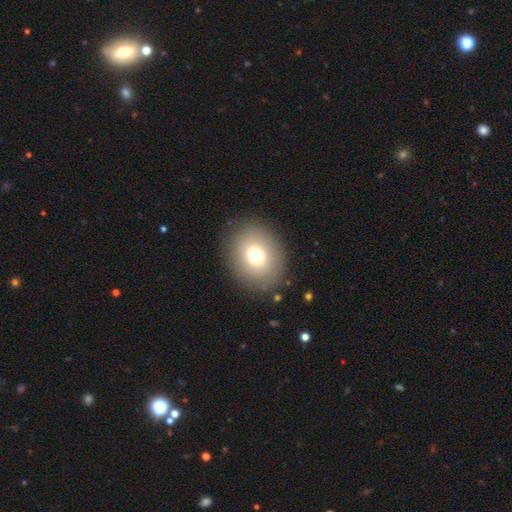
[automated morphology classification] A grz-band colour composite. It shows a smooth galaxy with no disk features (74%) that is round (58%). Merging: none (87%).